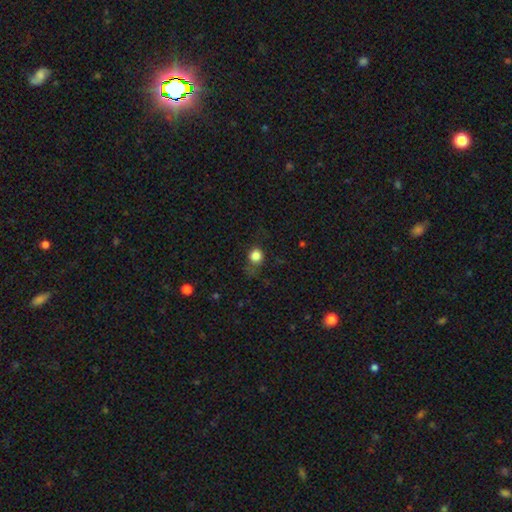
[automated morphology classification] Overall: smooth (81%). How rounded: round (82%). Merging: none (66%).